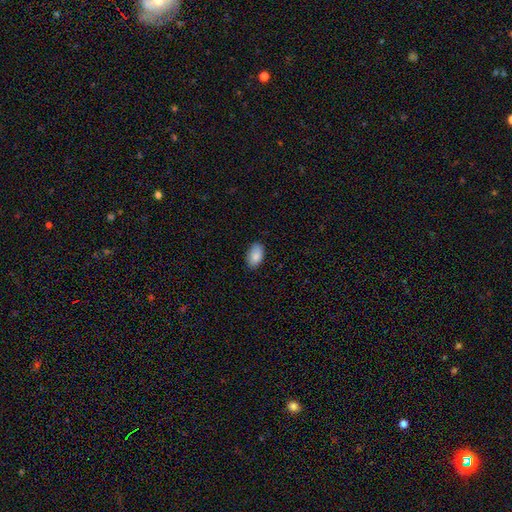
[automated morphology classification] Smooth or featured? smooth (88%)
How rounded? in between (94%)
Merging? none (85%)